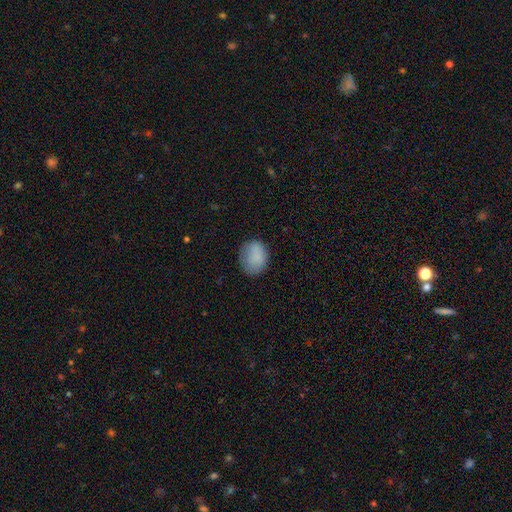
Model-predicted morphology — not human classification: Smooth or featured? Predicted: smooth (p=0.86). How rounded? Predicted: in between (p=0.58). Merging? Predicted: none (p=0.73).